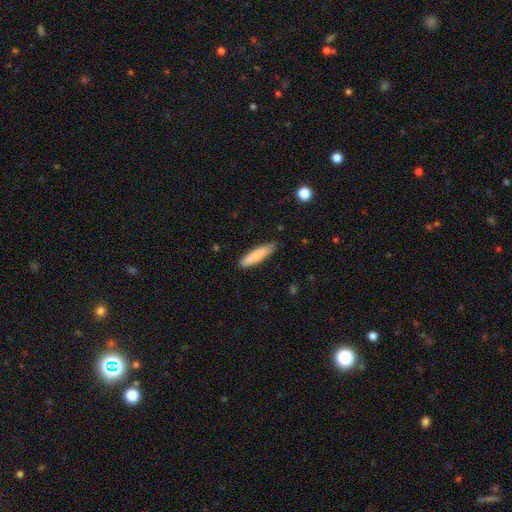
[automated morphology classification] Smooth or featured? smooth (82%)
How rounded? cigar-shaped (79%)
Merging? none (84%)